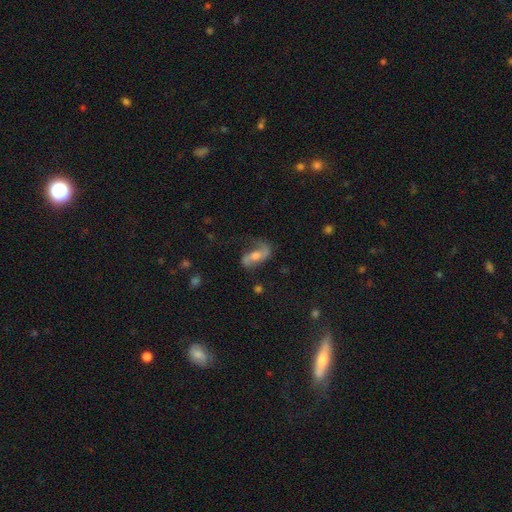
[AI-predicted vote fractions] Smooth or featured? Predicted: featured or disk (p=0.73). Edge-on disk? Predicted: no (p=0.92). Bar? Predicted: no (p=0.44). Spiral arms? Predicted: yes (p=0.91). Spiral winding? Predicted: loose (p=0.67). Spiral arm count? Predicted: 2 (p=0.87). Bulge size? Predicted: moderate (p=0.62). Merging? Predicted: none (p=0.60).